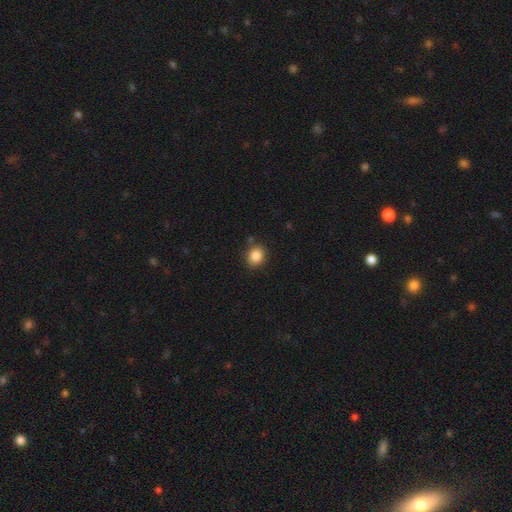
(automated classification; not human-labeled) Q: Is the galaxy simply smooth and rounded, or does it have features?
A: smooth — 86%.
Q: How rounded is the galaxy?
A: round — 70%.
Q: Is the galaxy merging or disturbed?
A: none — 83%.